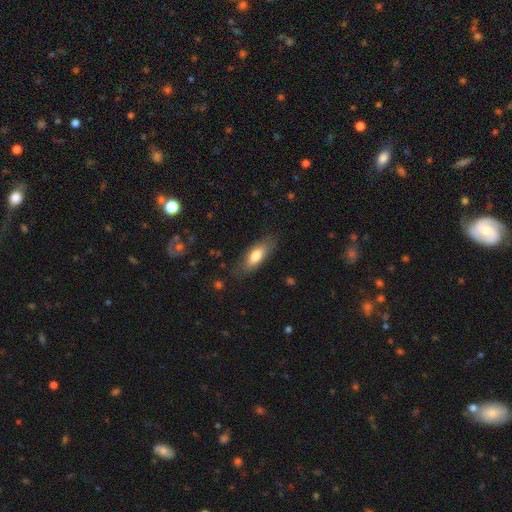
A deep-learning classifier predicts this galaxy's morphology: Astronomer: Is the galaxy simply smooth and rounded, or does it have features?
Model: smooth — 75%.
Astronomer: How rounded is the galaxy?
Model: in between — 68%.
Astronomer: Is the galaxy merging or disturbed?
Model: none — 81%.